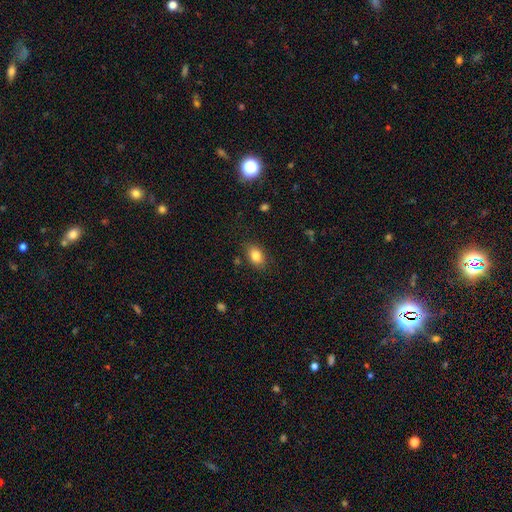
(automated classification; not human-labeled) Smooth or featured?
  - smooth: 84% *
  - star or artifact: 9%
  - featured or disk: 8%
How rounded?
  - in between: 83% *
  - round: 15%
  - cigar-shaped: 2%
Merging?
  - none: 82% *
  - minor disturbance: 13%
  - major disturbance: 3%
  - merger: 2%